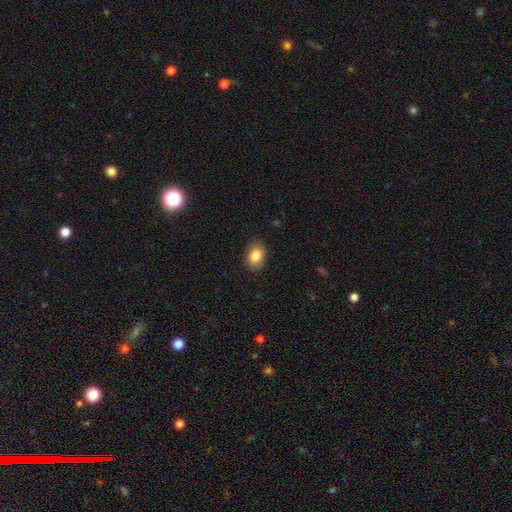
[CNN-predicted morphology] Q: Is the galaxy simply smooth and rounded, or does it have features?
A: smooth — 84%.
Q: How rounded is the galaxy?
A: in between — 75%.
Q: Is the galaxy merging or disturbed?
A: none — 87%.